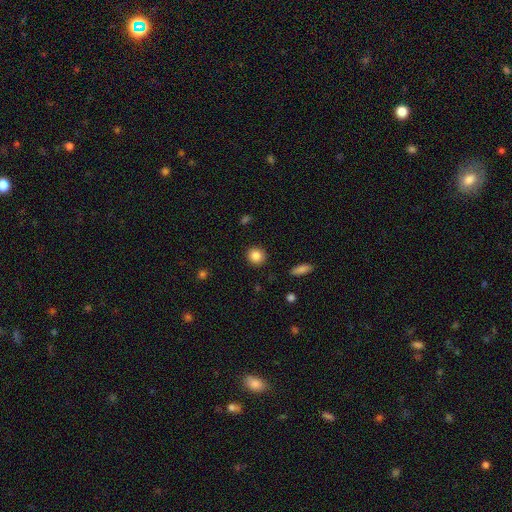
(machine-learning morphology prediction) Smooth or featured?
  - smooth: 85% *
  - star or artifact: 10%
  - featured or disk: 5%
How rounded?
  - round: 90% *
  - in between: 8%
  - cigar-shaped: 1%
Merging?
  - none: 91% *
  - minor disturbance: 5%
  - major disturbance: 2%
  - merger: 1%